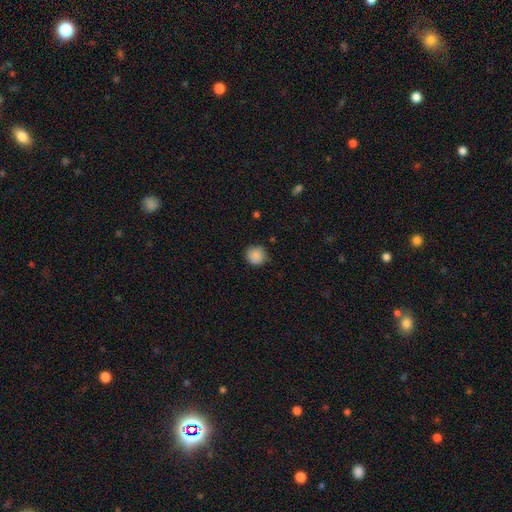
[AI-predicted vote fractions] Smooth or featured? Predicted: smooth (p=0.88). How rounded? Predicted: round (p=0.91). Merging? Predicted: none (p=0.83).